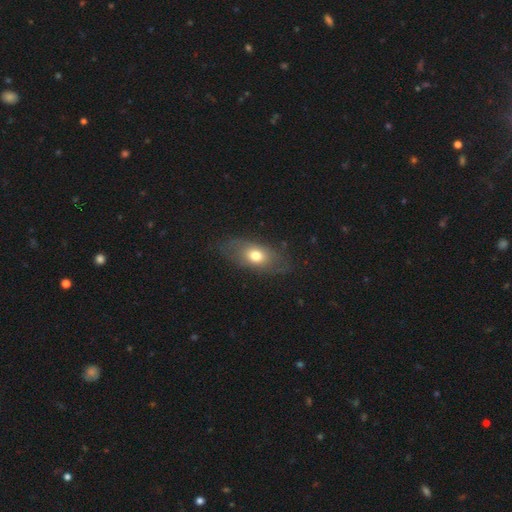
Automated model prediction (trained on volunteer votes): A smooth galaxy with no disk features (62%) that is in between round and cigar-shaped (82%). Merging: none (73%).